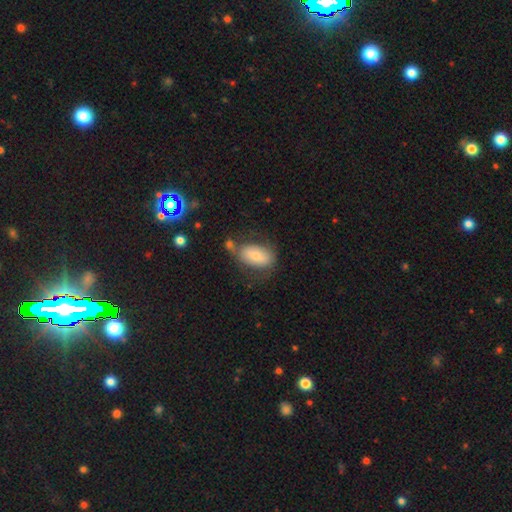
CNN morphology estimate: Smooth or featured? smooth (73%)
How rounded? in between (91%)
Merging? none (50%)